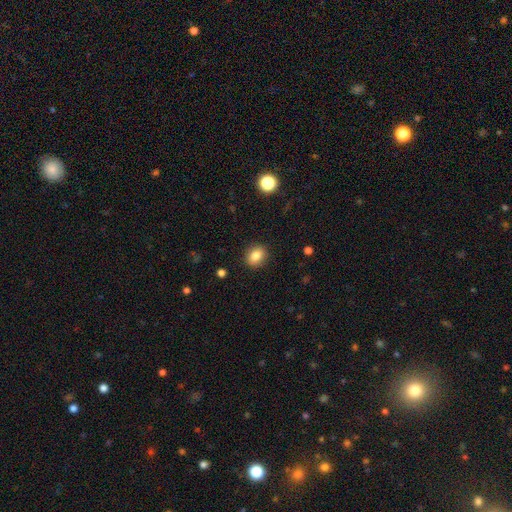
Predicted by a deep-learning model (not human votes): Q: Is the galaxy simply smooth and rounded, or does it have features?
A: smooth — 84%.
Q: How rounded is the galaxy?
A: round — 51%.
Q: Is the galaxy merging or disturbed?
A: none — 90%.